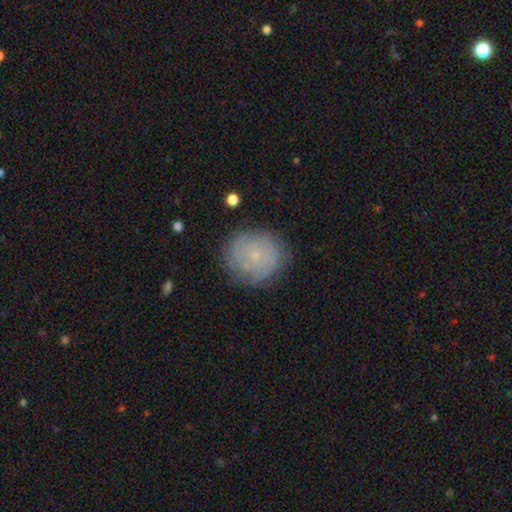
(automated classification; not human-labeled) Q: Smooth or featured?
A: featured or disk (56%); runner-up: smooth (34%)
Q: Edge-on disk?
A: no (98%); runner-up: yes (2%)
Q: Bar?
A: no (84%); runner-up: weak (13%)
Q: Spiral arms?
A: yes (83%); runner-up: no (17%)
Q: Bulge size?
A: small (84%); runner-up: moderate (10%)
Q: Merging?
A: none (80%); runner-up: minor disturbance (14%)